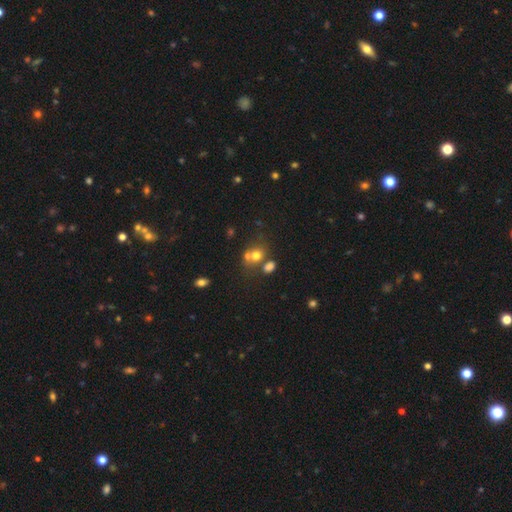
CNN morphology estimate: This appears to be a smooth galaxy with no disk features (68%) that is round (62%). Merging: merger (42%).